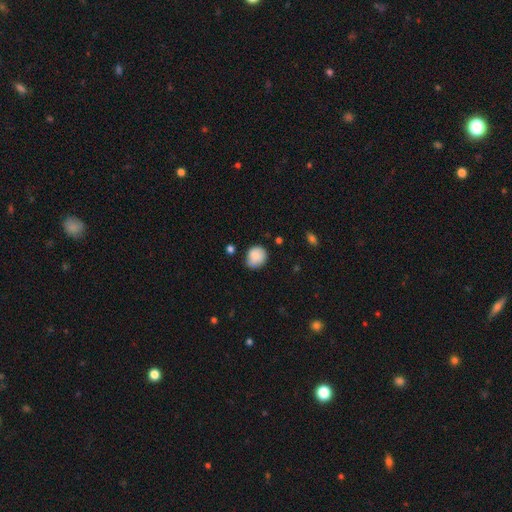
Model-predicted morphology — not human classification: The model was most divided on "merging": none: 65%, minor disturbance: 27%, major disturbance: 5%, merger: 3%. More confident: smooth or featured — smooth (84%); how rounded — round (71%).